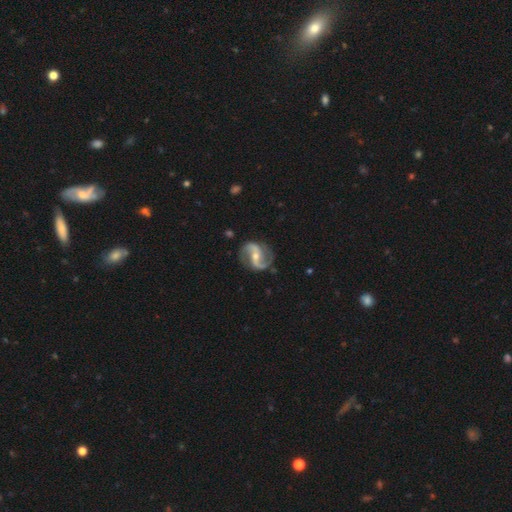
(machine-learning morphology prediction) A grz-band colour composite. It shows a featured or disk galaxy (91%) with a weak bar (36%), 2 (94%) medium (47%) spiral arms (97%) and a moderate central bulge (50%). Merging: none (82%).